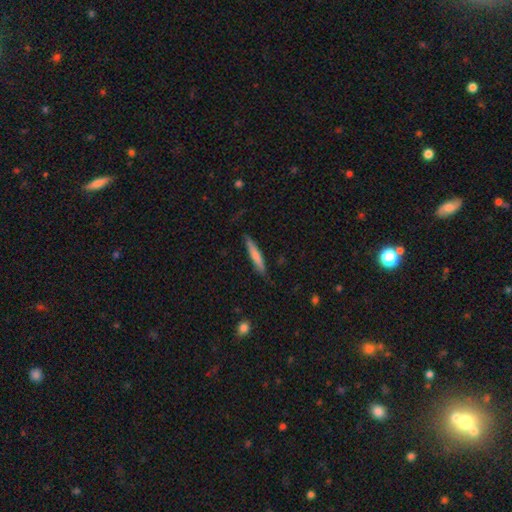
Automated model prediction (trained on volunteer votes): A smooth galaxy with no disk features (70%) that is cigar-shaped (92%).

Vote fractions:
- Smooth or featured? smooth: 70% / featured or disk: 25% / star or artifact: 5%
- How rounded? cigar-shaped: 92% / in between: 6% / round: 1%
- Merging? none: 83% / minor disturbance: 13% / major disturbance: 2% / merger: 1%